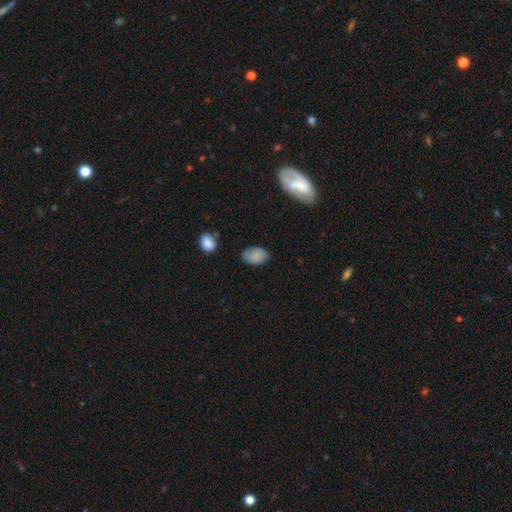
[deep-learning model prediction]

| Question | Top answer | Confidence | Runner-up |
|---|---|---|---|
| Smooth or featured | smooth | 83% | featured or disk (9%) |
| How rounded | in between | 89% | round (9%) |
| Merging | none | 77% | minor disturbance (18%) |